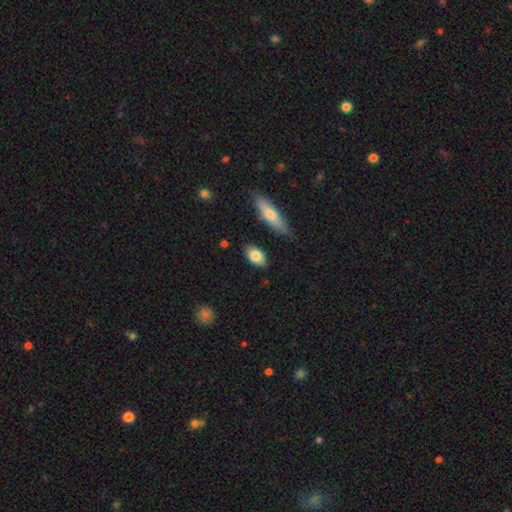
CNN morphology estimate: This appears to be a smooth galaxy with no disk features (83%) that is in between round and cigar-shaped (90%). Merging: none (83%).